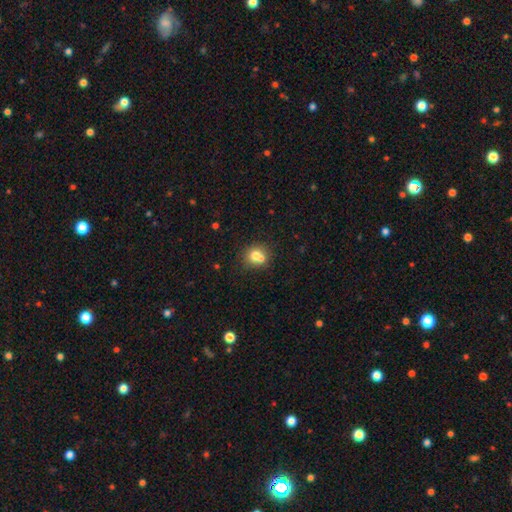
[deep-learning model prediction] smooth-or-featured: smooth: 72% | featured or disk: 16% | star or artifact: 12%
  how-rounded: round: 77% | in between: 22% | cigar-shaped: 1%
  merging: none: 45% | merger: 41% | minor disturbance: 10% | major disturbance: 3%